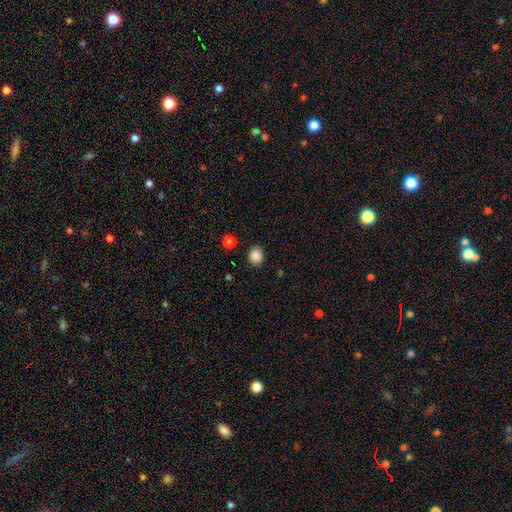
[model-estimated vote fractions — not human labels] smooth 88%, star or artifact 9%, featured or disk 3%. Down the decision tree: how rounded — round (57%); merging — none (86%).